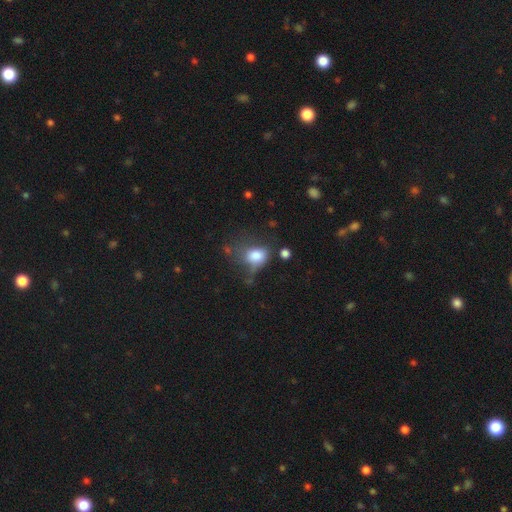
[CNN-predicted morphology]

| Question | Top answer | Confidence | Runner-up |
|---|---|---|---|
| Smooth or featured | smooth | 78% | featured or disk (12%) |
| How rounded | in between | 64% | round (34%) |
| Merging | none | 36% | minor disturbance (29%) |